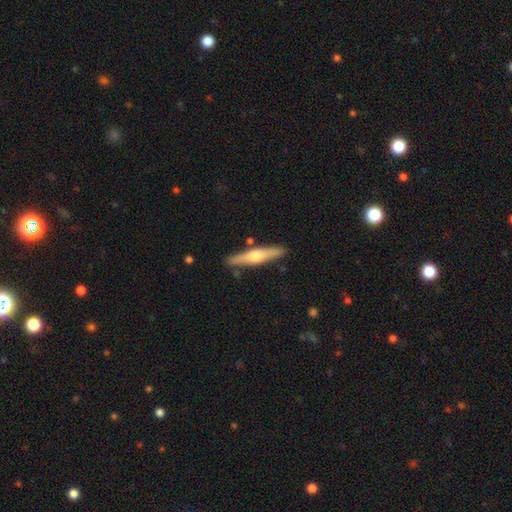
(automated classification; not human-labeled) Morphology: type=featured or disk (56%); edge-on=yes (95%); edge-on bulge=rounded (91%); merging=none (87%).